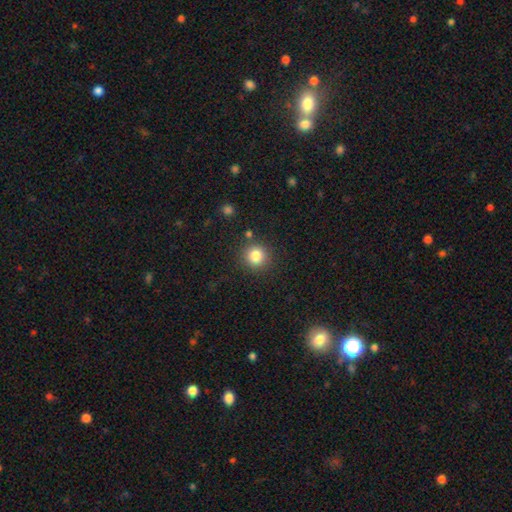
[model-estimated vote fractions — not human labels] smooth 83%, star or artifact 11%, featured or disk 6%. Down the decision tree: how rounded — round (93%); merging — none (87%).